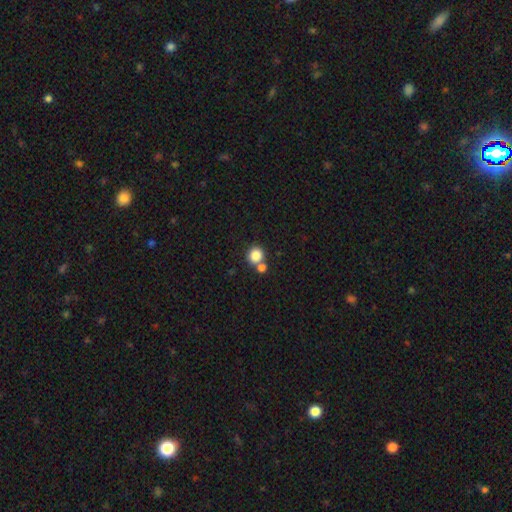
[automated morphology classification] A smooth galaxy with no disk features (83%) that is round (87%).

Vote fractions:
- Smooth or featured? smooth: 83% / star or artifact: 11% / featured or disk: 6%
- How rounded? round: 87% / in between: 12% / cigar-shaped: 1%
- Merging? none: 59% / merger: 30% / minor disturbance: 8% / major disturbance: 3%